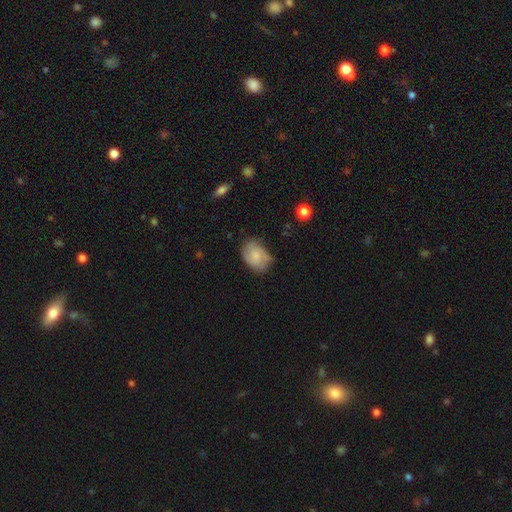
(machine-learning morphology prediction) Smooth or featured? smooth (56%)
How rounded? in between (78%)
Merging? none (65%)